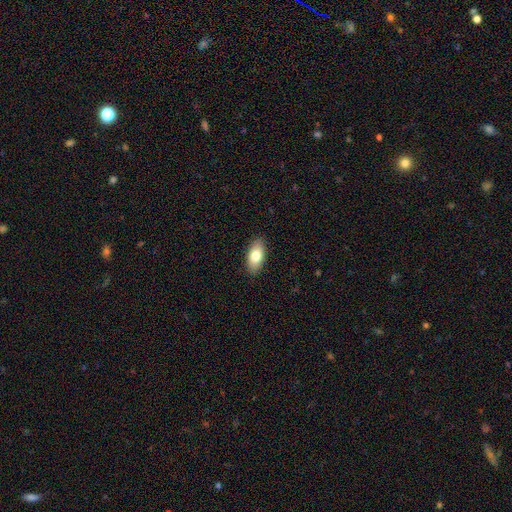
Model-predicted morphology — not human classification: smooth_or_featured: smooth (p=0.78) [alt: featured or disk p=0.15]
how_rounded: in between (p=0.91) [alt: cigar-shaped p=0.06]
merging: none (p=0.89) [alt: minor disturbance p=0.08]